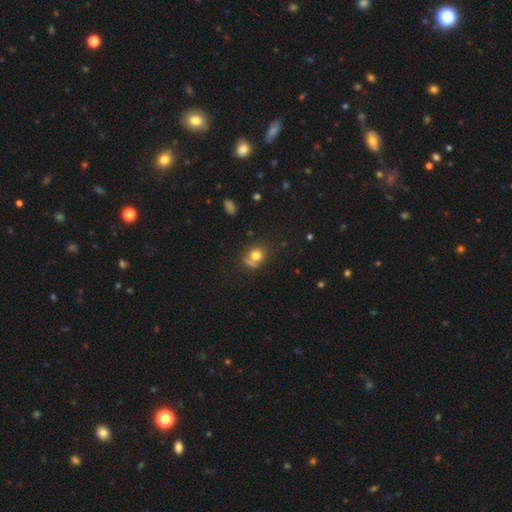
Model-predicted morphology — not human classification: Q: Smooth or featured?
A: smooth (73%); runner-up: star or artifact (15%)
Q: How rounded?
A: round (73%); runner-up: in between (25%)
Q: Merging?
A: none (56%); runner-up: merger (19%)